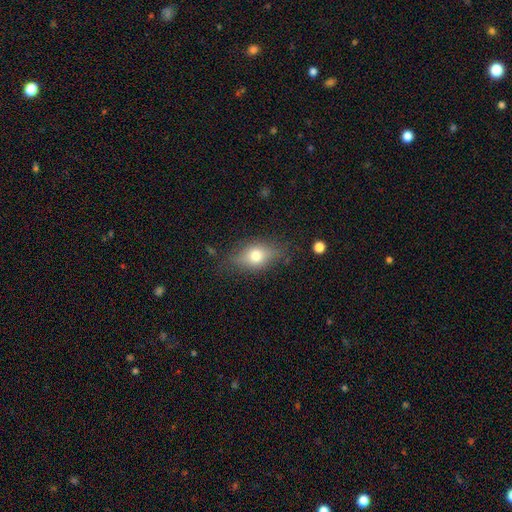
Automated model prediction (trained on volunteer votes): smooth_or_featured: smooth (p=0.65) [alt: featured or disk p=0.25]
how_rounded: in between (p=0.76) [alt: round p=0.17]
merging: none (p=0.73) [alt: minor disturbance p=0.19]